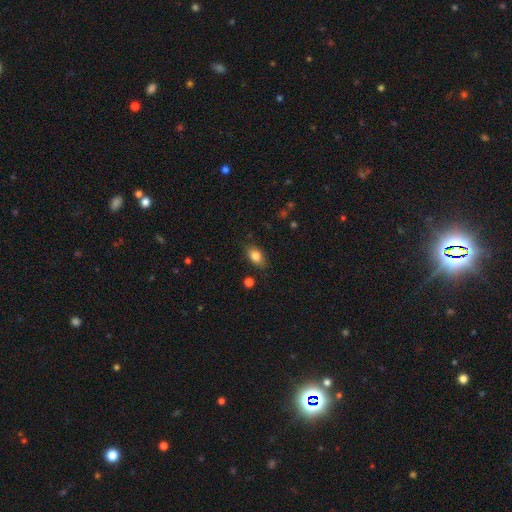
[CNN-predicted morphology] A smooth galaxy with no disk features (82%) that is in between round and cigar-shaped (85%).

Vote fractions:
- Smooth or featured? smooth: 82% / featured or disk: 9% / star or artifact: 9%
- How rounded? in between: 85% / round: 12% / cigar-shaped: 3%
- Merging? none: 84% / minor disturbance: 12% / major disturbance: 3% / merger: 2%